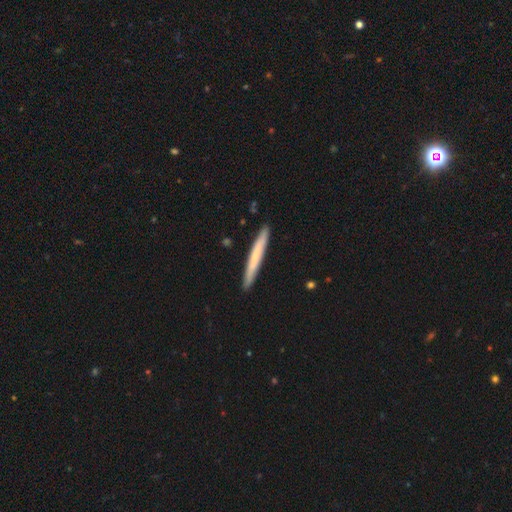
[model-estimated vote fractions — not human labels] smooth-or-featured: smooth: 63% | featured or disk: 32% | star or artifact: 5%
  how-rounded: cigar-shaped: 97% | in between: 2% | round: 1%
  merging: none: 91% | minor disturbance: 7% | major disturbance: 1% | merger: 1%